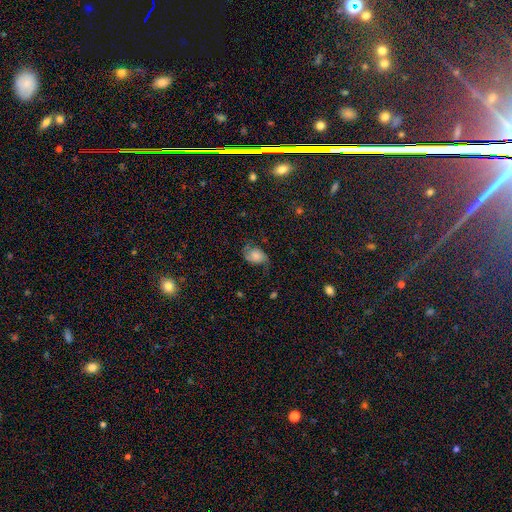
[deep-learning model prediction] Overall: smooth (51%; featured or disk 39%). How rounded: in between (79%). Merging: none (53%; minor disturbance 29%).